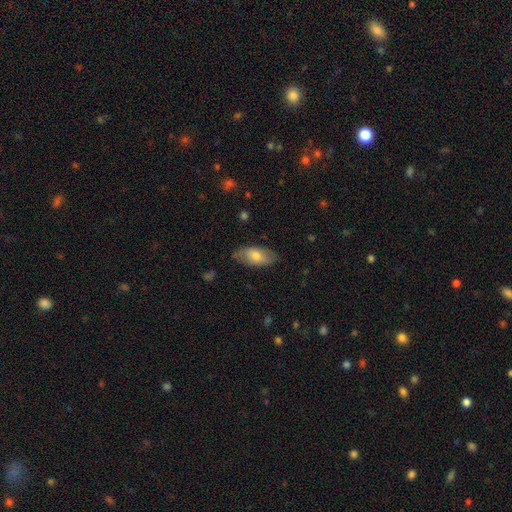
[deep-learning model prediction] This is likely a smooth galaxy (69%). How rounded: clearly in between (91%). Merging: likely none (77%).